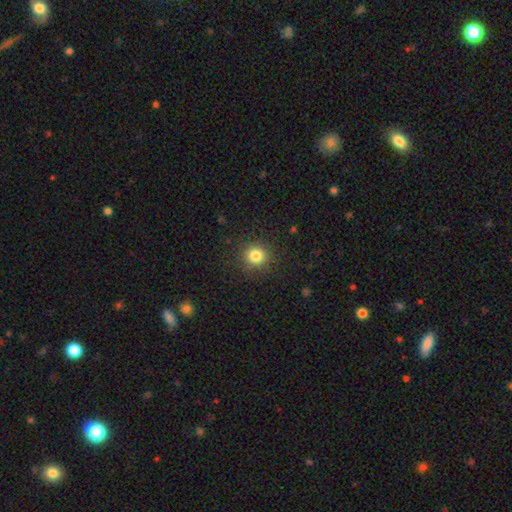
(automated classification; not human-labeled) A smooth galaxy with no disk features (82%) that is round (91%).

Vote fractions:
- Smooth or featured? smooth: 82% / star or artifact: 12% / featured or disk: 5%
- How rounded? round: 91% / in between: 8% / cigar-shaped: 1%
- Merging? none: 89% / minor disturbance: 7% / major disturbance: 3% / merger: 1%